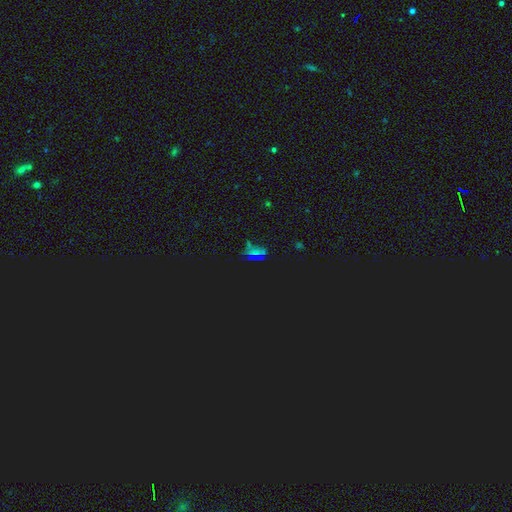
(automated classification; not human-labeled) A star or artifact, not a galaxy (68%).